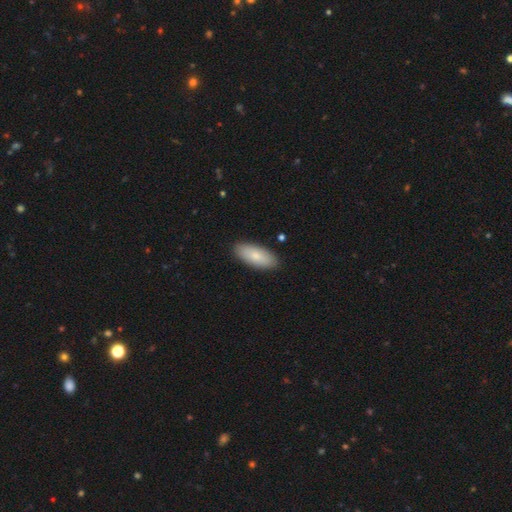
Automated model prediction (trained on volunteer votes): A smooth galaxy with no disk features (82%) that is in between round and cigar-shaped (84%). Merging: none (89%).